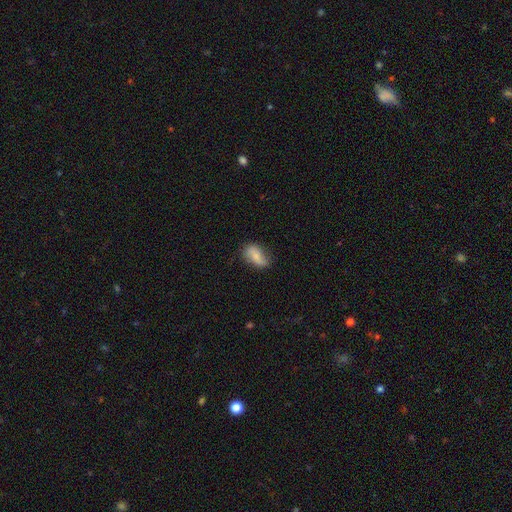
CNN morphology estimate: Overall: smooth (65%; featured or disk 27%). How rounded: in between (89%). Merging: none (63%; minor disturbance 28%).